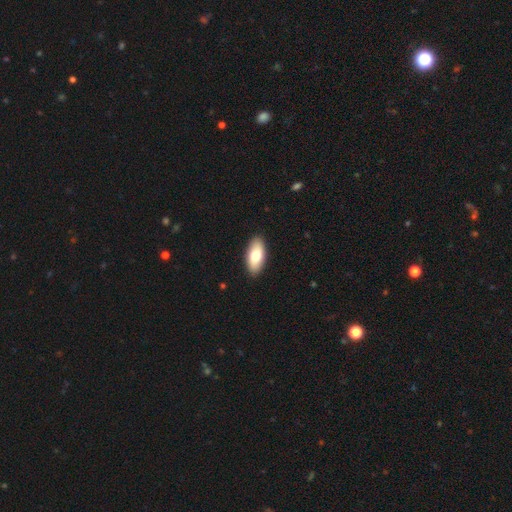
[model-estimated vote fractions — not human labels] The model was most divided on "smooth or featured": smooth: 76%, featured or disk: 19%, star or artifact: 6%. More confident: how rounded — in between (91%); merging — none (90%).